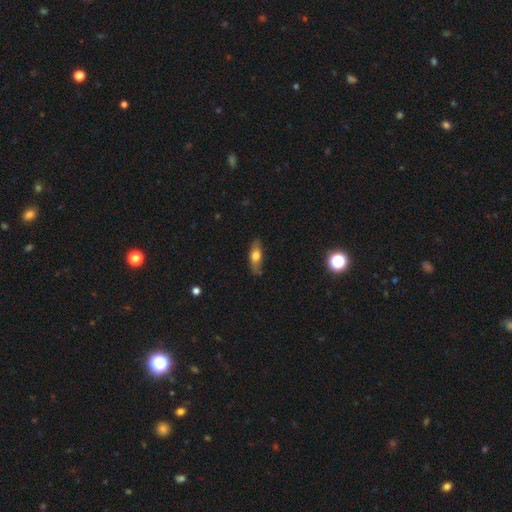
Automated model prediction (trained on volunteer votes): Smooth or featured? Predicted: smooth (p=0.61). How rounded? Predicted: in between (p=0.62). Merging? Predicted: none (p=0.76).